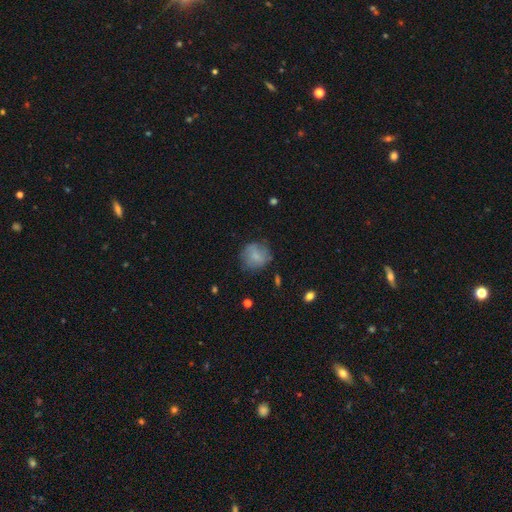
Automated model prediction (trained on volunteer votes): Overall: smooth (73%). How rounded: round (83%). Merging: none (67%).